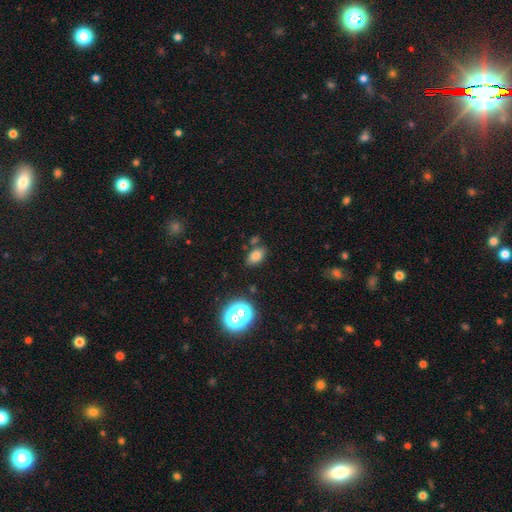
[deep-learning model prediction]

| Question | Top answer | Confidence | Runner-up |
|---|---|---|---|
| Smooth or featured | smooth | 75% | star or artifact (15%) |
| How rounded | in between | 83% | round (15%) |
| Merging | none | 77% | minor disturbance (12%) |